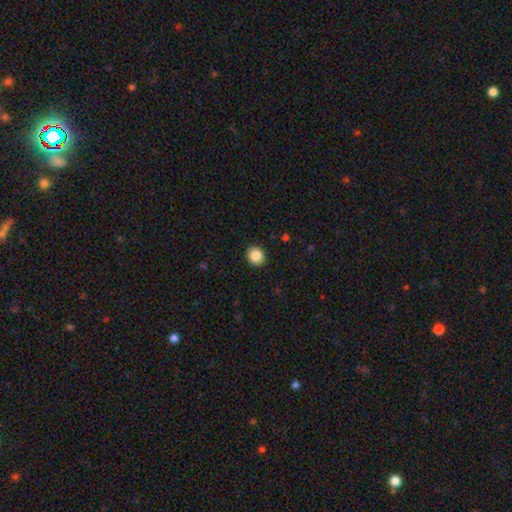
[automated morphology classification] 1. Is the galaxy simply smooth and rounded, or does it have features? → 87% smooth, 9% star or artifact, 4% featured or disk.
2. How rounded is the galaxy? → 81% round, 18% in between, 1% cigar-shaped.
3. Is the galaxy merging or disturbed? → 92% none, 5% minor disturbance, 2% major disturbance, 1% merger.